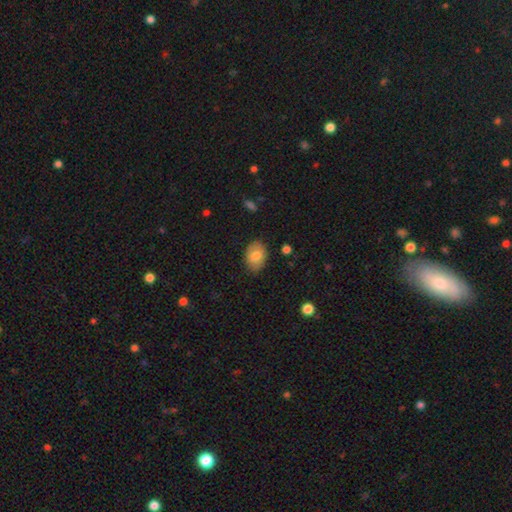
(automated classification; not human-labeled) smooth 79%, featured or disk 13%, star or artifact 7%. Down the decision tree: how rounded — in between (79%); merging — none (83%).